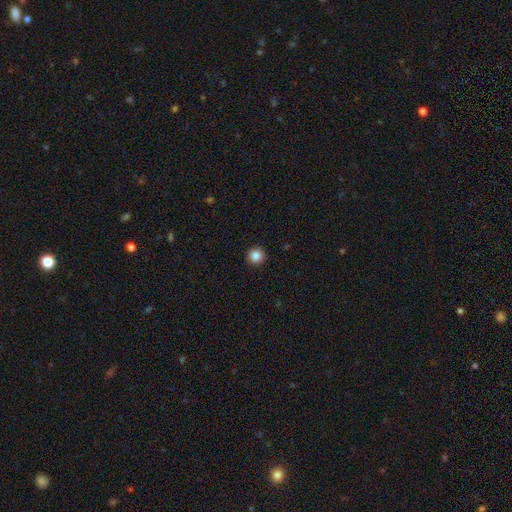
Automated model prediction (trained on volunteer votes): Overall: smooth (85%). How rounded: round (97%). Merging: none (94%).